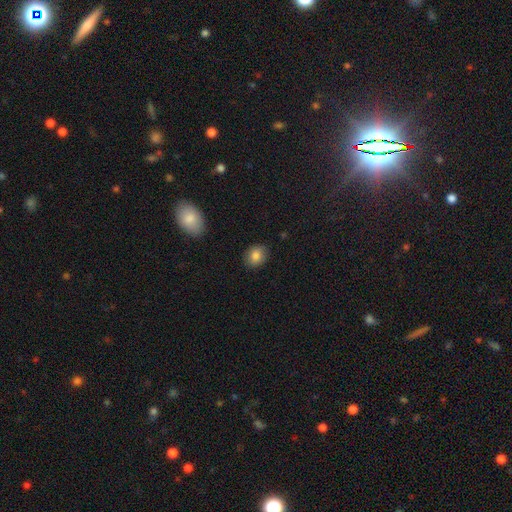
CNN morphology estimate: smooth-or-featured: smooth: 84% | star or artifact: 9% | featured or disk: 7%
  how-rounded: round: 50% | in between: 49% | cigar-shaped: 1%
  merging: none: 86% | minor disturbance: 10% | major disturbance: 2% | merger: 1%